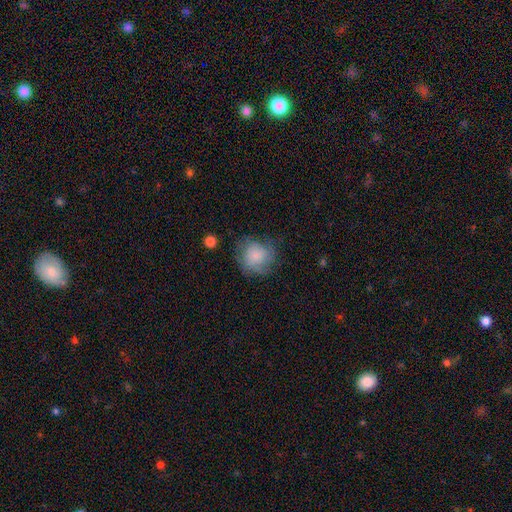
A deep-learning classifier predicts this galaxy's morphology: Q: Smooth or featured?
A: smooth (76%); runner-up: featured or disk (16%)
Q: How rounded?
A: round (82%); runner-up: in between (17%)
Q: Merging?
A: none (60%); runner-up: minor disturbance (26%)